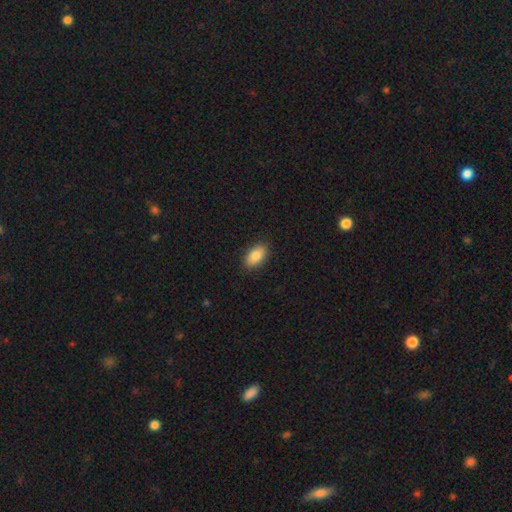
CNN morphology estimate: type=smooth (85%); roundness=in between (93%); merging=none (89%).